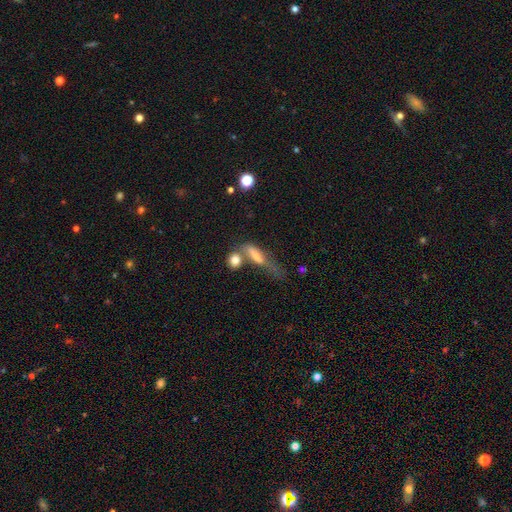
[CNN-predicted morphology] This is possibly a smooth galaxy (56%). How rounded: possibly cigar-shaped (54%). Merging: marginally merger (33%).